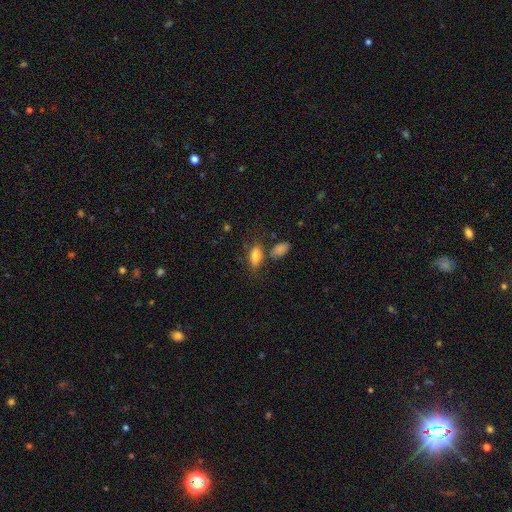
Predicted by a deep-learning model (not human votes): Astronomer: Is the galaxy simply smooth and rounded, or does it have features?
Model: smooth — 76%.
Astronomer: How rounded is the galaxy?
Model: in between — 81%.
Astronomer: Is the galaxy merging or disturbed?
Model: none — 65%.